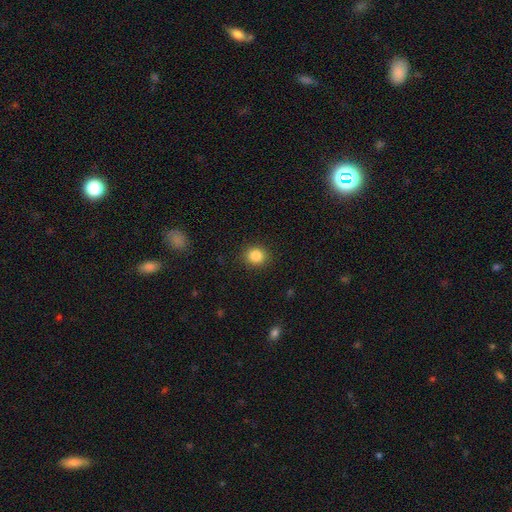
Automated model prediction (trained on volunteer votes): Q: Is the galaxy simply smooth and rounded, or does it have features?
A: smooth — 86%.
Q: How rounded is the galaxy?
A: round — 81%.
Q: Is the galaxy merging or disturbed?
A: none — 90%.